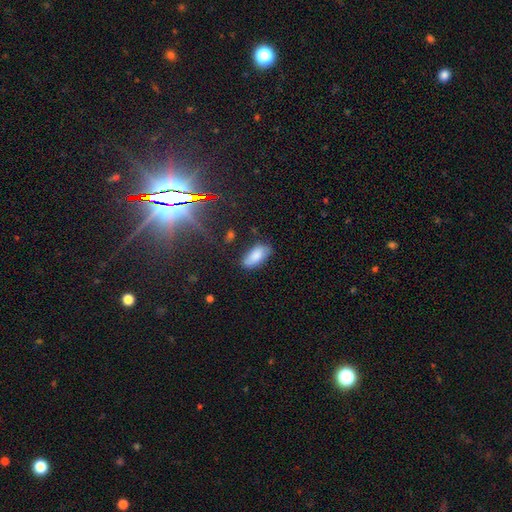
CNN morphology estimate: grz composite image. It shows a smooth galaxy with no disk features (82%) that is in between round and cigar-shaped (89%). Merging: none (73%).